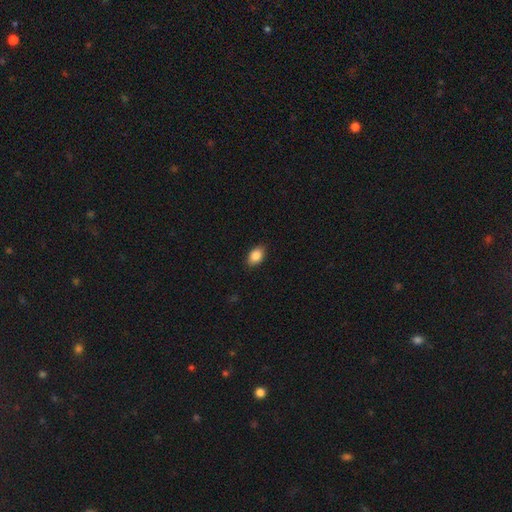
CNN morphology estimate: Smooth or featured: smooth — 86% (star or artifact — 8%)
How rounded: in between — 84% (round — 14%)
Merging: none — 87% (minor disturbance — 10%)